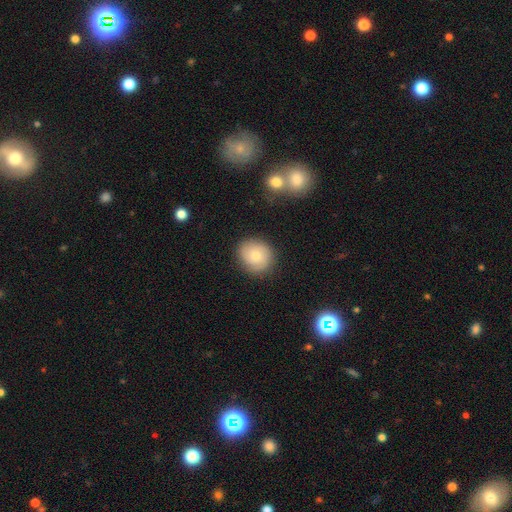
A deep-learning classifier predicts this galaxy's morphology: smooth 68%, featured or disk 24%, star or artifact 9%. Down the decision tree: how rounded — round (81%); merging — none (86%).